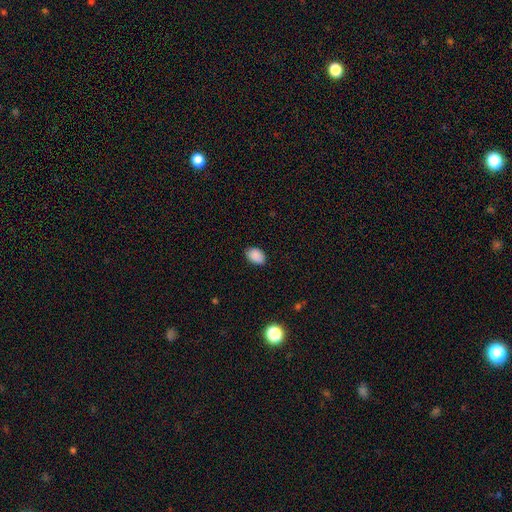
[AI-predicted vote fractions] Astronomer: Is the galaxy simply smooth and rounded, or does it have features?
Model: smooth — 89%.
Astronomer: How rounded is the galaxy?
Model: in between — 86%.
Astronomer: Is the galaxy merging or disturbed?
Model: none — 85%.